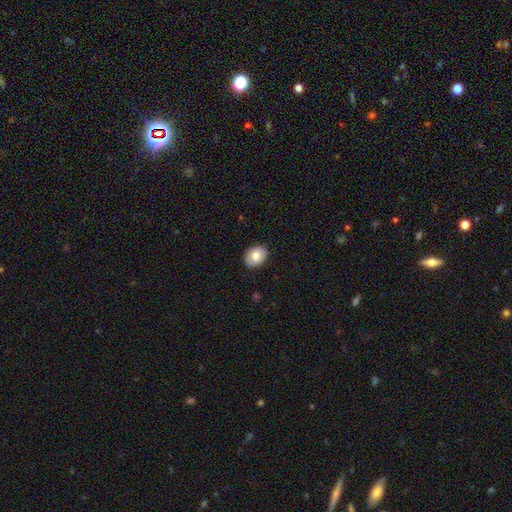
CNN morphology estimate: smooth_or_featured: smooth (p=0.75) [alt: featured or disk p=0.18]
how_rounded: in between (p=0.64) [alt: round p=0.35]
merging: none (p=0.88) [alt: minor disturbance p=0.09]